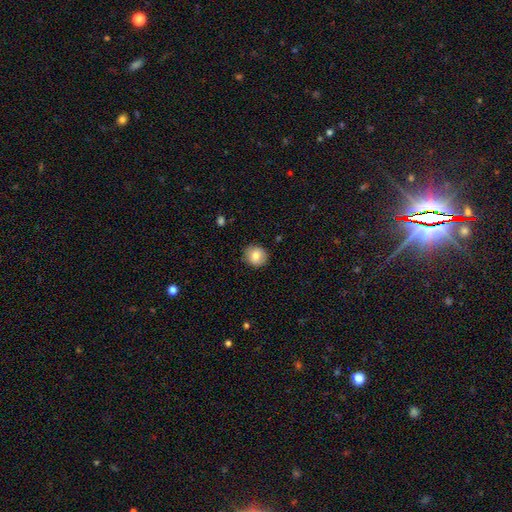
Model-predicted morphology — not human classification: Smooth or featured?
  - smooth: 82% *
  - featured or disk: 10%
  - star or artifact: 9%
How rounded?
  - round: 83% *
  - in between: 16%
  - cigar-shaped: 1%
Merging?
  - none: 86% *
  - minor disturbance: 10%
  - major disturbance: 2%
  - merger: 1%